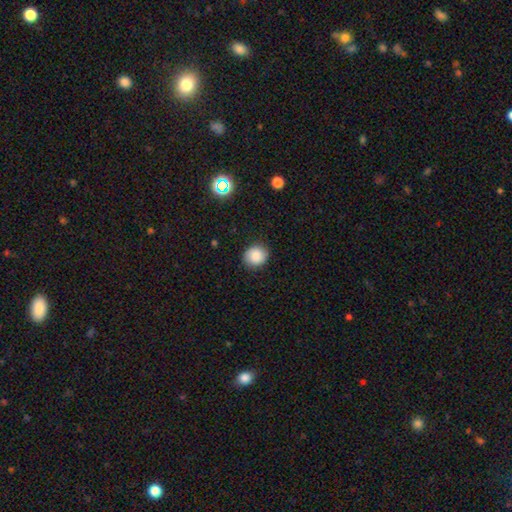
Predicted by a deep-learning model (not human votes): Smooth or featured: smooth — 83% (star or artifact — 10%)
How rounded: round — 78% (in between — 21%)
Merging: none — 86% (minor disturbance — 11%)